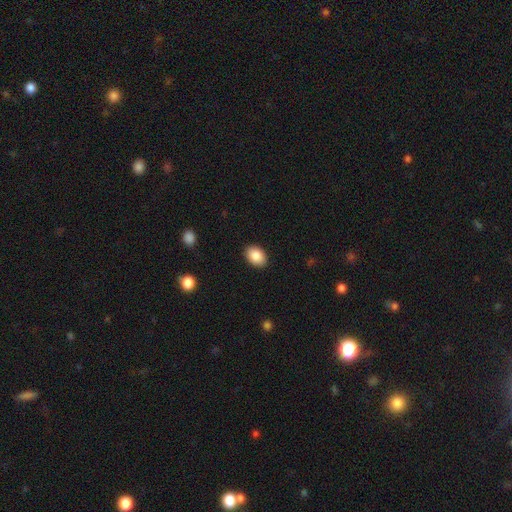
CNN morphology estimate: smooth_or_featured: smooth (p=0.88) [alt: star or artifact p=0.07]
how_rounded: in between (p=0.80) [alt: round p=0.19]
merging: none (p=0.89) [alt: minor disturbance p=0.08]